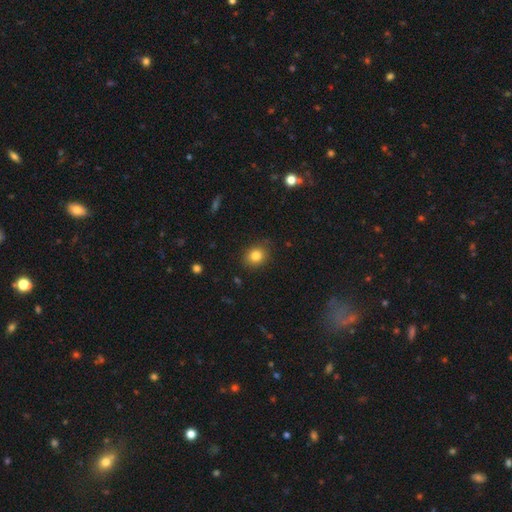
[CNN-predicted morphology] Smooth or featured? Predicted: smooth (p=0.83). How rounded? Predicted: round (p=0.62). Merging? Predicted: none (p=0.83).